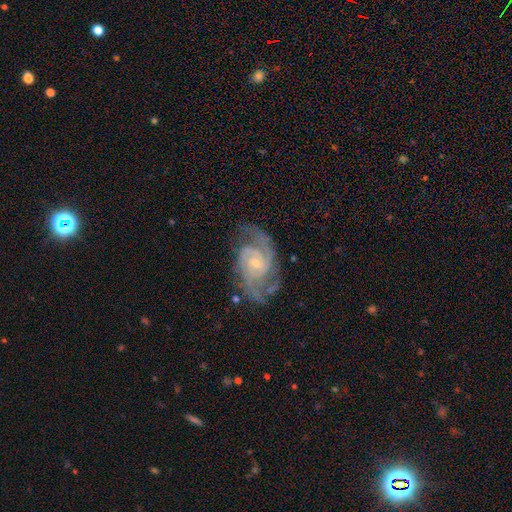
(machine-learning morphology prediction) This is clearly a featured or disk galaxy (86%). It is clearly not viewed edge-on (97%). Bar: likely no (60%). Spiral arm pattern: clearly yes (98%). Spiral arm count: likely 2 (61%). Spiral winding: possibly medium (48%). Central bulge: likely small (66%). Merging: likely none (79%).